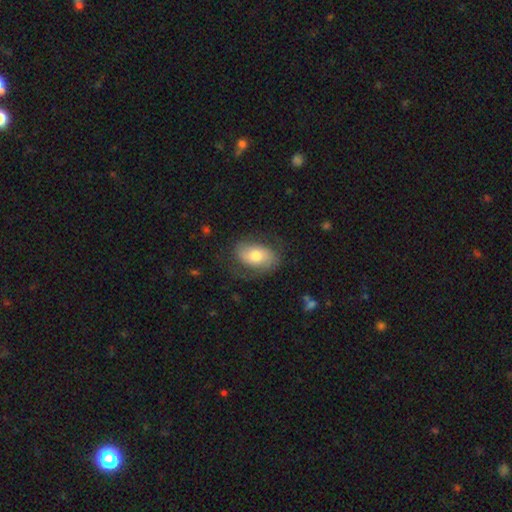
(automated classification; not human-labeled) Smooth or featured? smooth (55%)
How rounded? in between (88%)
Merging? none (63%)